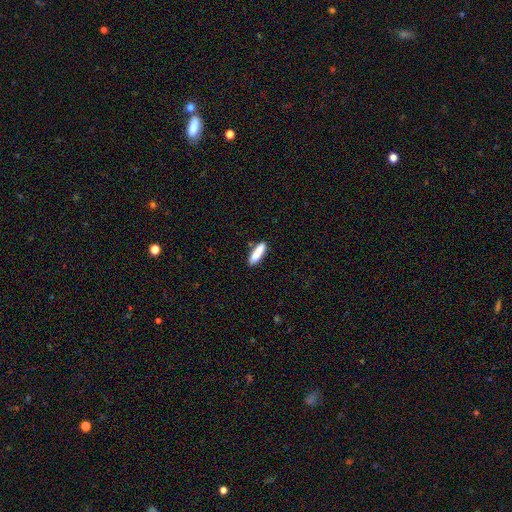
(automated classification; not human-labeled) Morphology: type=smooth (83%); roundness=cigar-shaped (73%); merging=none (77%).